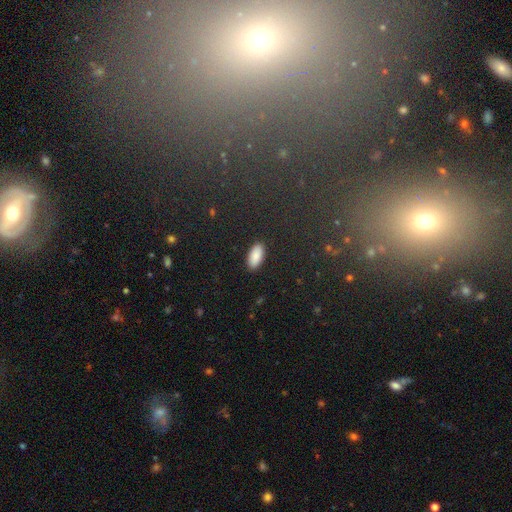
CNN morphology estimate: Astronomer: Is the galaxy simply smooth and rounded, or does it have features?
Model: smooth — 88%.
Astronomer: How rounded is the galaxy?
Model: in between — 92%.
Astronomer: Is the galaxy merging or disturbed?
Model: none — 89%.